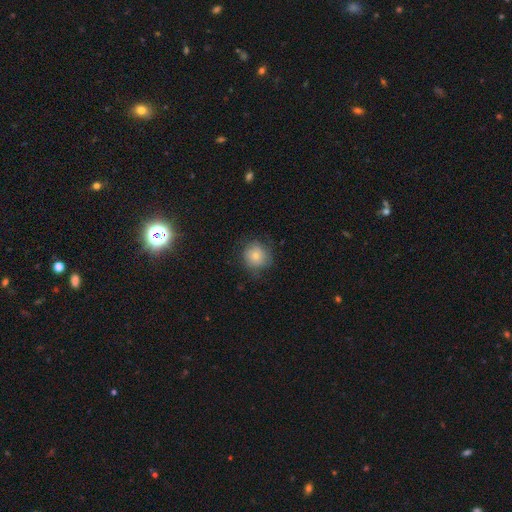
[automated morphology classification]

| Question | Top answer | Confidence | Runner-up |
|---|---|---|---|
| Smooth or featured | smooth | 75% | featured or disk (16%) |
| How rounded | round | 87% | in between (12%) |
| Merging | none | 70% | minor disturbance (21%) |